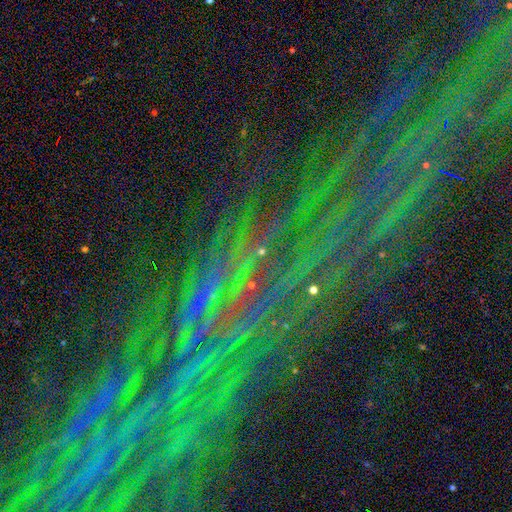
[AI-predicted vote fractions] The model was most divided on "smooth or featured": star or artifact: 81%, featured or disk: 11%, smooth: 8%.